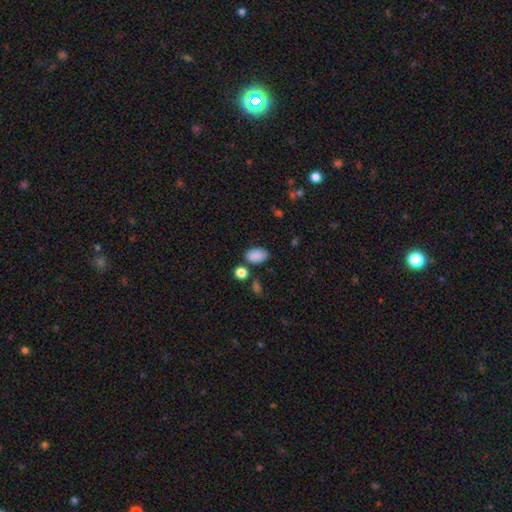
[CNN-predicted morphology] This appears to be a smooth galaxy with no disk features (87%) that is in between round and cigar-shaped (90%). Merging: none (77%).